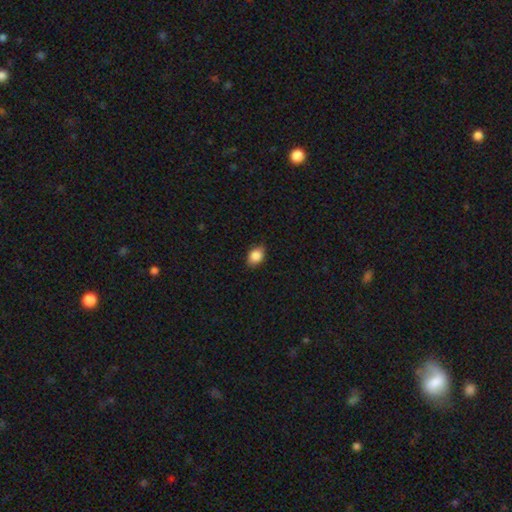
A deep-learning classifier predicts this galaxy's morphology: smooth-or-featured: smooth: 86% | star or artifact: 8% | featured or disk: 6%
  how-rounded: in between: 76% | round: 22% | cigar-shaped: 1%
  merging: none: 80% | minor disturbance: 16% | major disturbance: 3% | merger: 1%